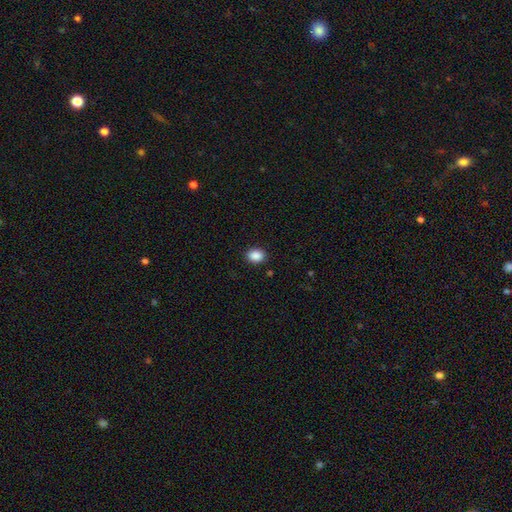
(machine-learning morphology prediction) type=smooth (89%); roundness=in between (55%); merging=none (90%).